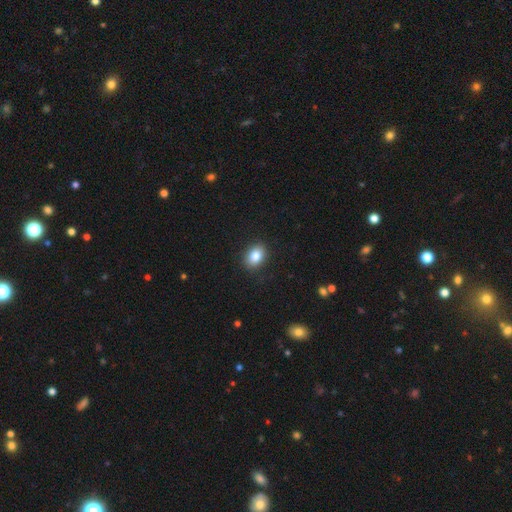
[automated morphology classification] Smooth or featured: smooth — 84% (star or artifact — 9%)
How rounded: in between — 68% (round — 31%)
Merging: none — 88% (minor disturbance — 8%)